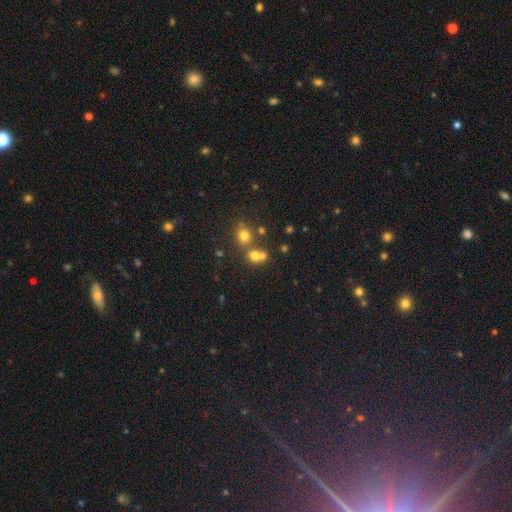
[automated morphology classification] This appears to be a smooth galaxy with no disk features (68%) that is round (72%). Merging: merger (44%, tied with none).